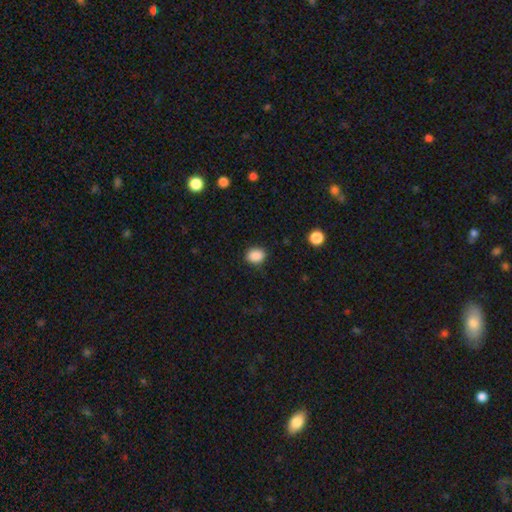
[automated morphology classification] Overall: smooth (88%). How rounded: in between (57%; round 42%). Merging: none (86%).